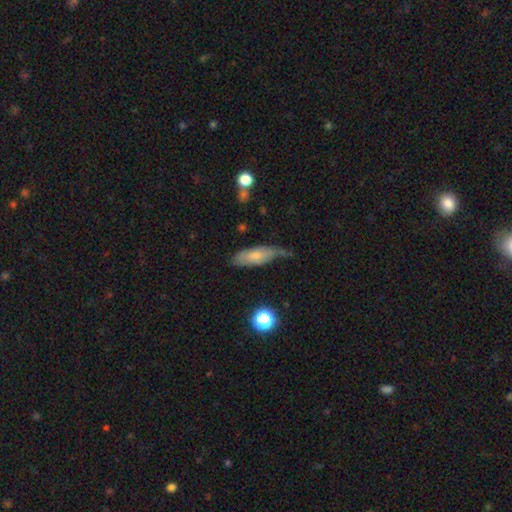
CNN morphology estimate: Overall: smooth (68%). How rounded: in between (62%; cigar-shaped 36%). Merging: none (46%; minor disturbance 37%).